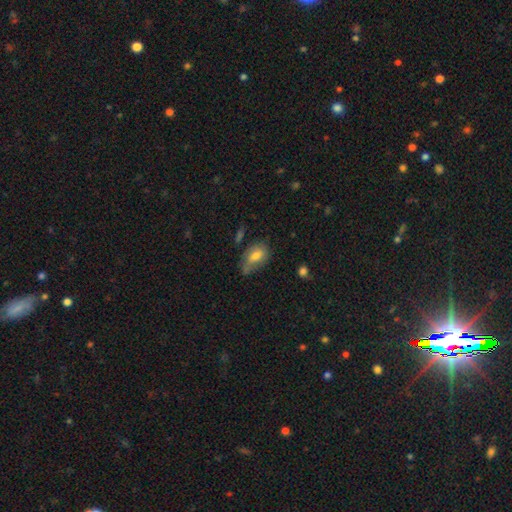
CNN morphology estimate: This appears to be a smooth galaxy with no disk features (65%) that is in between round and cigar-shaped (86%). Merging: none (50%).